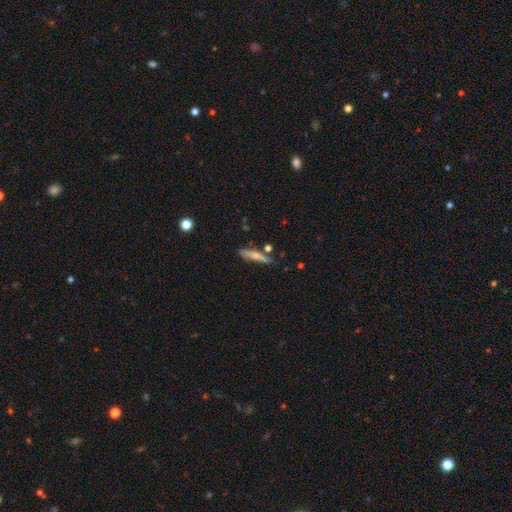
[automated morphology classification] Smooth or featured: smooth — 63% (featured or disk — 31%)
How rounded: cigar-shaped — 86% (in between — 12%)
Merging: none — 77% (minor disturbance — 14%)